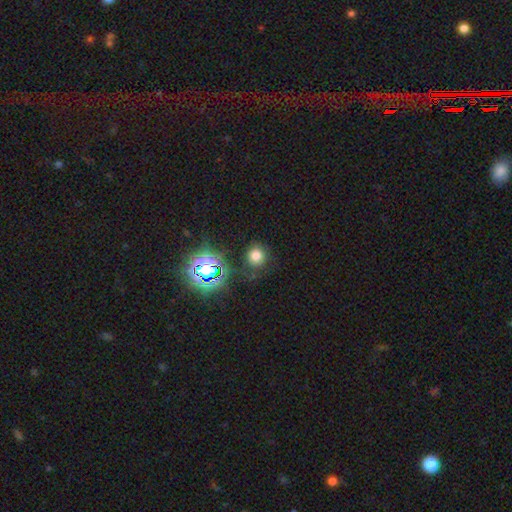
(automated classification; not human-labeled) A smooth galaxy with no disk features (70%) that is round (88%). Merging: none (83%).